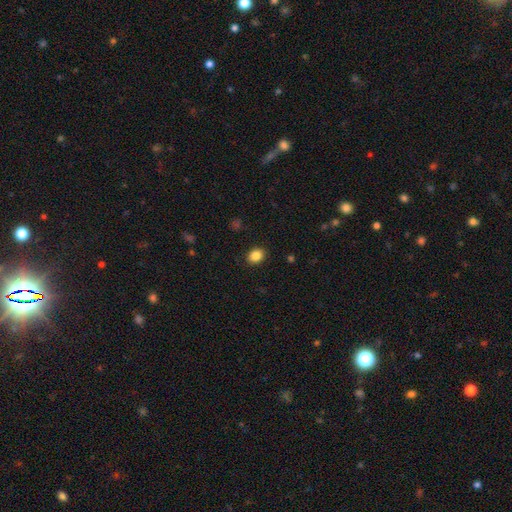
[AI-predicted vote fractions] Overall: smooth (86%). How rounded: in between (51%; round 48%). Merging: none (90%).